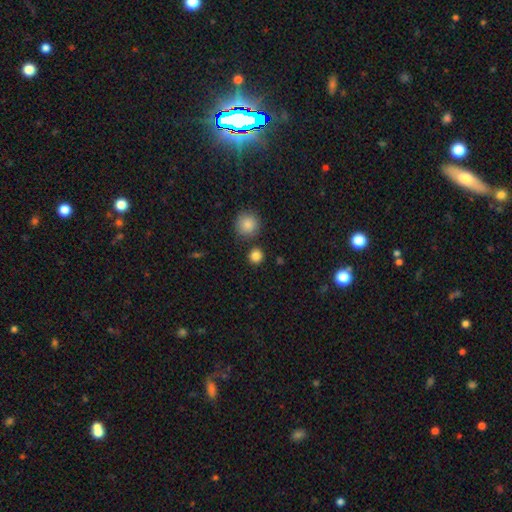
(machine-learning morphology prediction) type=smooth (84%); roundness=round (92%); merging=none (83%).